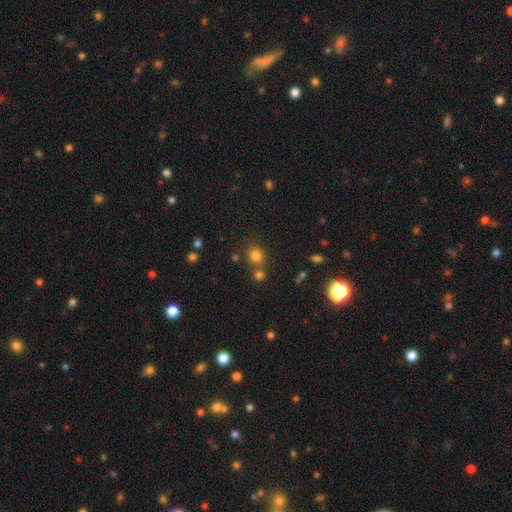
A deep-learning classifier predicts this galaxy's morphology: A smooth galaxy with no disk features (78%) that is round (81%).

Vote fractions:
- Smooth or featured? smooth: 78% / star or artifact: 16% / featured or disk: 6%
- How rounded? round: 81% / in between: 18% / cigar-shaped: 1%
- Merging? none: 67% / merger: 20% / minor disturbance: 9% / major disturbance: 4%